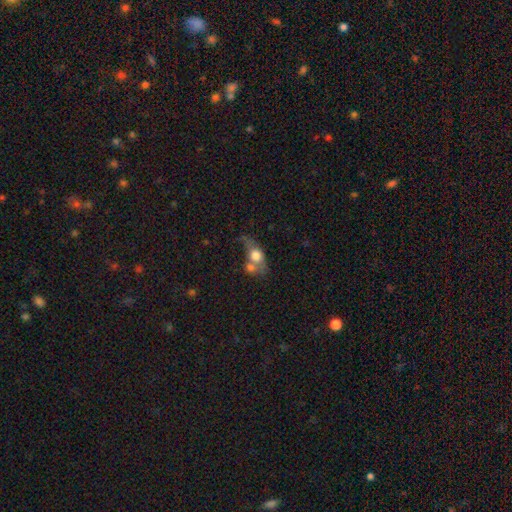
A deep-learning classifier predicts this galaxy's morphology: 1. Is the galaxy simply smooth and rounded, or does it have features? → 66% smooth, 26% featured or disk, 8% star or artifact.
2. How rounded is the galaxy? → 54% in between, 42% round, 4% cigar-shaped.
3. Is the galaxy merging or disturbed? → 54% merger, 20% none, 14% major disturbance, 12% minor disturbance.